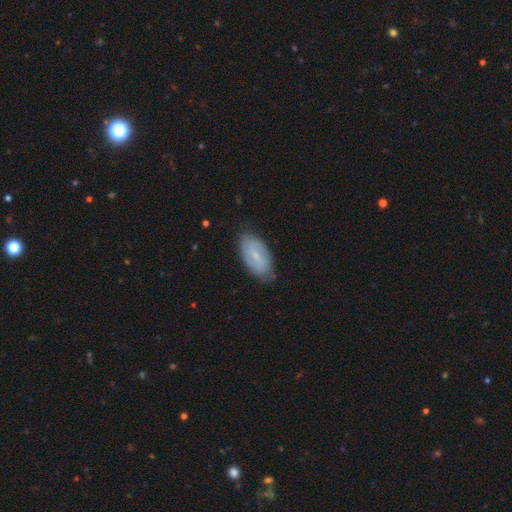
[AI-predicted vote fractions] smooth-or-featured: featured or disk: 47% | smooth: 46% | star or artifact: 7%
  merging: none: 78% | minor disturbance: 18% | major disturbance: 3% | merger: 1%